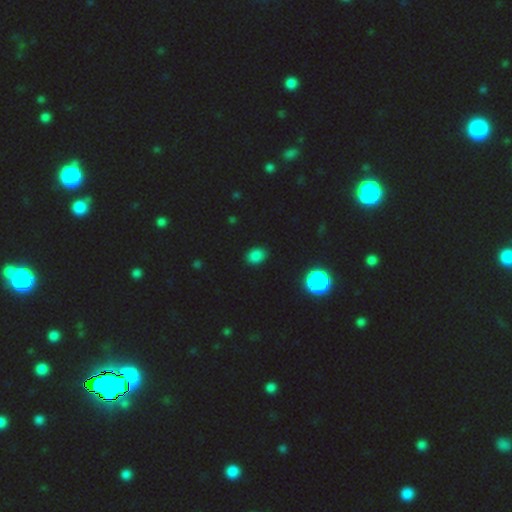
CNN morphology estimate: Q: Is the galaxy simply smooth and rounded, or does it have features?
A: smooth — 82%.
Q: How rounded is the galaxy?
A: in between — 58%.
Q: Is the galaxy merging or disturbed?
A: none — 88%.